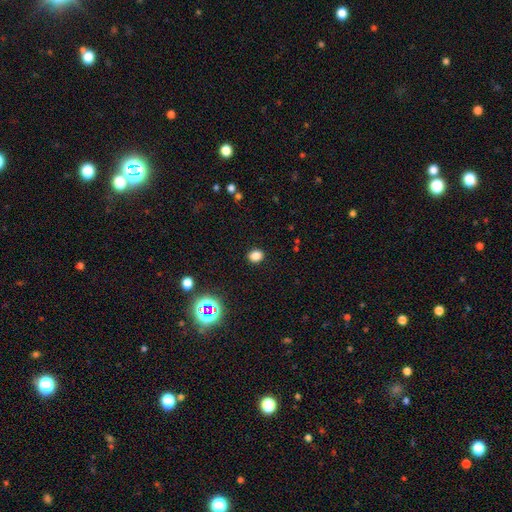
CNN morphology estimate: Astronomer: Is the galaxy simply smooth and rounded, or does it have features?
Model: smooth — 81%.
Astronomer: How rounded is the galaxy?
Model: round — 54% (runner-up: in between, 45%).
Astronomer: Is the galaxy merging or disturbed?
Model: none — 90%.